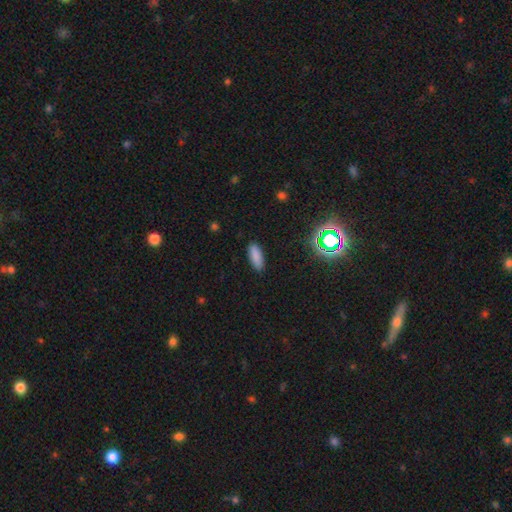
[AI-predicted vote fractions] Smooth or featured? Predicted: smooth (p=0.85). How rounded? Predicted: in between (p=0.75). Merging? Predicted: none (p=0.88).